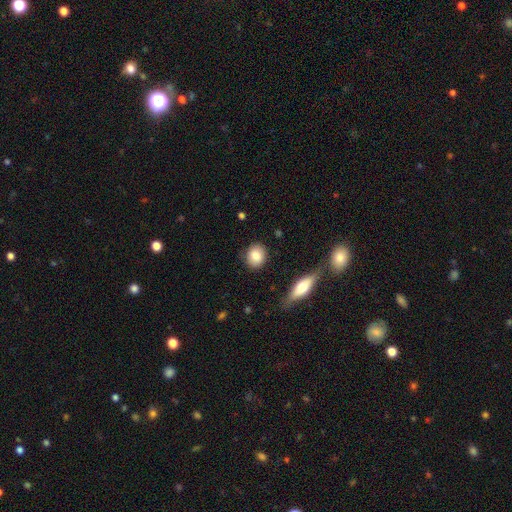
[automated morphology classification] The model was most divided on "how rounded": round: 62%, in between: 36%, cigar-shaped: 2%. More confident: merging — none (86%); smooth or featured — smooth (84%).